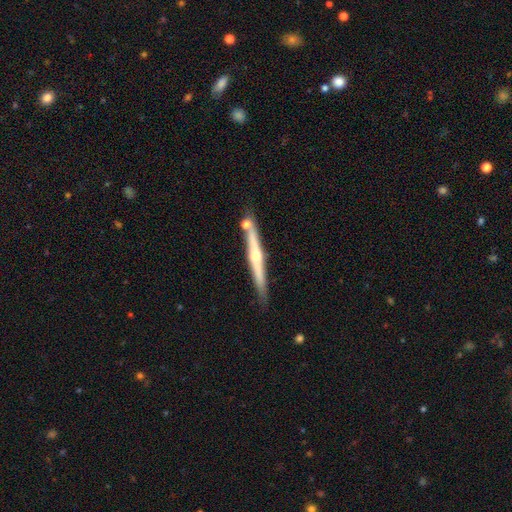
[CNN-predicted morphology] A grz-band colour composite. It shows a featured or disk galaxy (70%) viewed edge-on (97%) with a rounded central bulge (84%). Merging: none (80%).